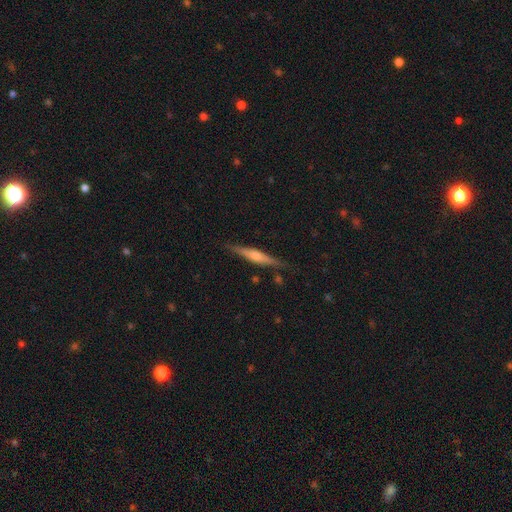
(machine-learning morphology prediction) This appears to be a featured or disk galaxy (64%) viewed edge-on (97%) with a rounded central bulge (76%). Merging: none (85%).